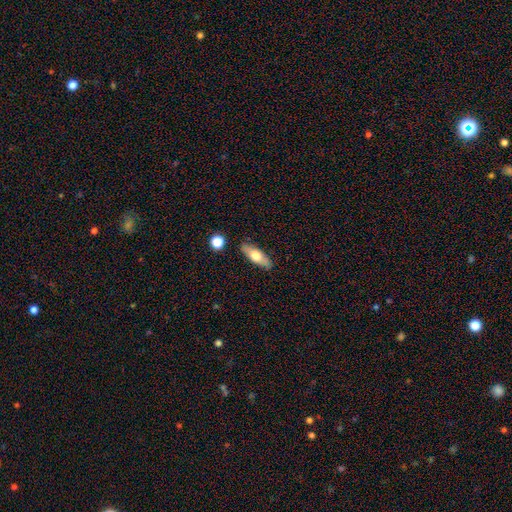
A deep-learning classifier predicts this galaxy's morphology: Q: Smooth or featured?
A: smooth (61%); runner-up: featured or disk (33%)
Q: How rounded?
A: in between (59%); runner-up: cigar-shaped (37%)
Q: Merging?
A: none (86%); runner-up: minor disturbance (9%)